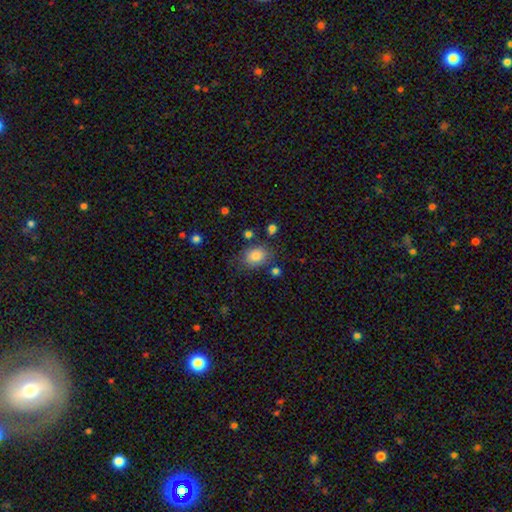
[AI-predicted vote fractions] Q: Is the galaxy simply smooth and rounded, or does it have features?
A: smooth — 83%.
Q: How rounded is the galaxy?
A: in between — 65%.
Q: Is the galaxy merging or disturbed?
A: none — 70%.